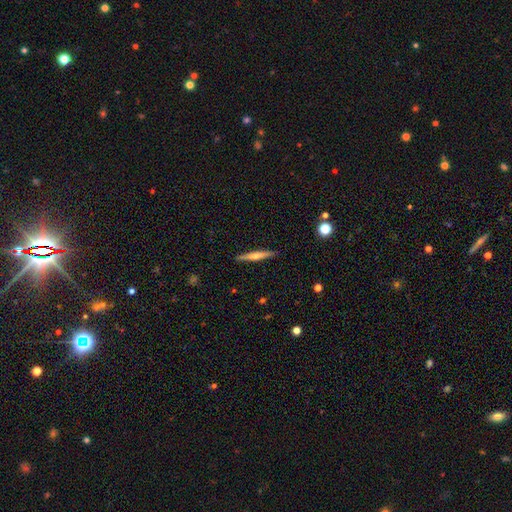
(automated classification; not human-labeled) smooth_or_featured: featured or disk (p=0.61) [alt: smooth p=0.33]
disk_edge_on: yes (p=0.97) [alt: no p=0.03]
edge_on_bulge: rounded (p=0.82) [alt: none p=0.14]
merging: none (p=0.91) [alt: minor disturbance p=0.07]